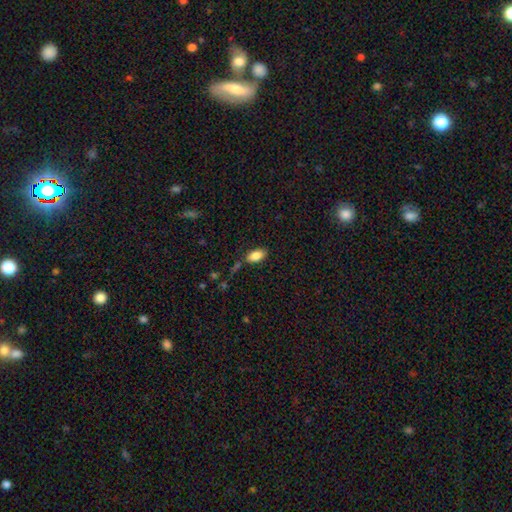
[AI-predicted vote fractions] A smooth galaxy with no disk features (86%) that is in between round and cigar-shaped (93%).

Vote fractions:
- Smooth or featured? smooth: 86% / star or artifact: 8% / featured or disk: 7%
- How rounded? in between: 93% / cigar-shaped: 4% / round: 4%
- Merging? none: 78% / minor disturbance: 14% / merger: 5% / major disturbance: 3%